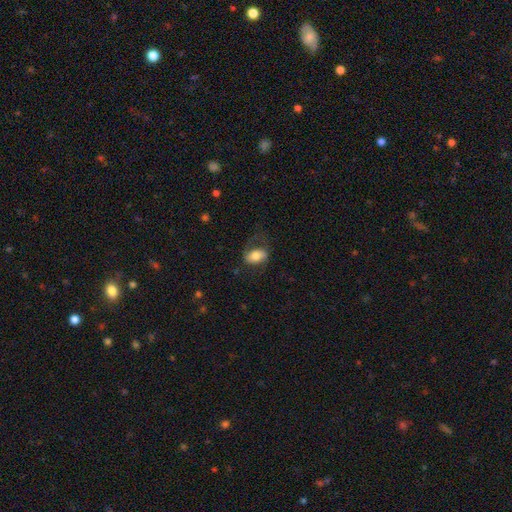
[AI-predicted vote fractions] Morphology: type=smooth (62%); roundness=in between (85%); merging=none (56%).